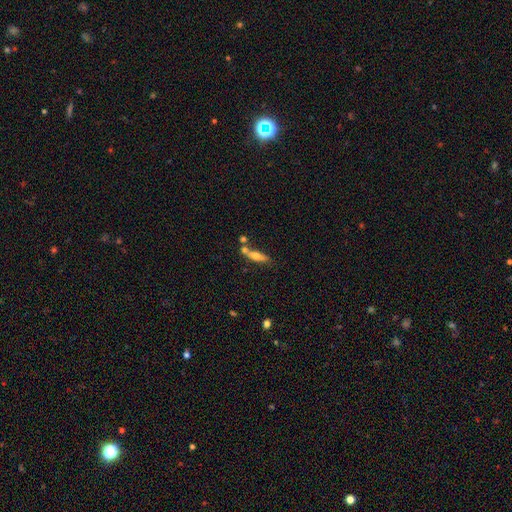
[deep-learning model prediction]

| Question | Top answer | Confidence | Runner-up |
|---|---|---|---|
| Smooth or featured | smooth | 58% | featured or disk (33%) |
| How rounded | cigar-shaped | 62% | in between (35%) |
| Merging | none | 52% | merger (28%) |